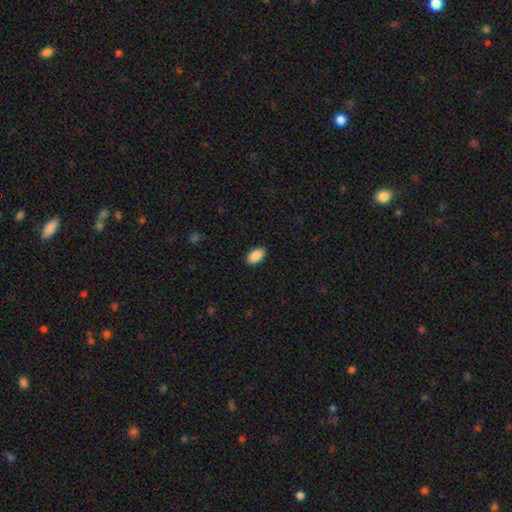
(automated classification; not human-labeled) A smooth galaxy with no disk features (90%) that is in between round and cigar-shaped (95%).

Vote fractions:
- Smooth or featured? smooth: 90% / star or artifact: 7% / featured or disk: 3%
- How rounded? in between: 95% / round: 4% / cigar-shaped: 2%
- Merging? none: 90% / minor disturbance: 7% / major disturbance: 2% / merger: 1%